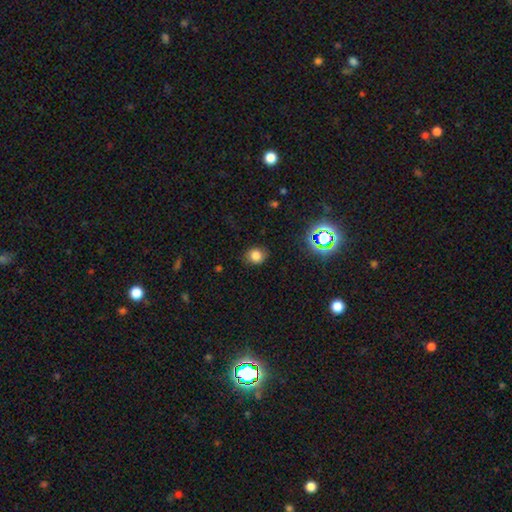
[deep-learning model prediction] smooth-or-featured: smooth: 77% | star or artifact: 16% | featured or disk: 7%
  how-rounded: round: 66% | in between: 33% | cigar-shaped: 1%
  merging: none: 81% | minor disturbance: 14% | major disturbance: 4% | merger: 1%